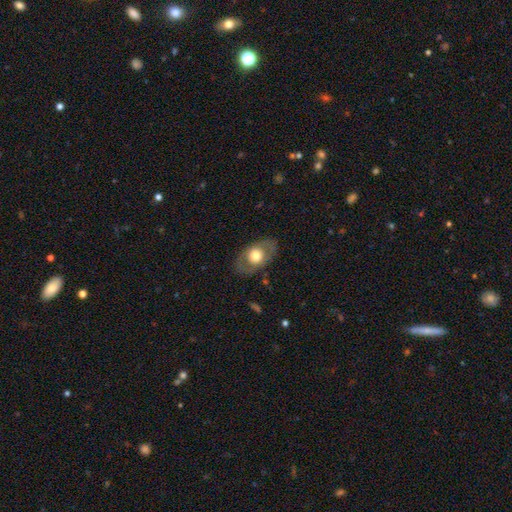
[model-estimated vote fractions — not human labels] Smooth or featured: smooth — 50% (featured or disk — 44%)
How rounded: in between — 75% (round — 24%)
Merging: none — 81% (minor disturbance — 12%)